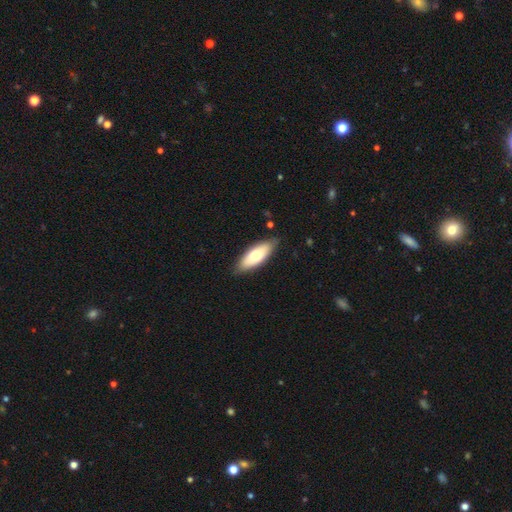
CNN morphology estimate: Overall: smooth (68%). How rounded: in between (74%). Merging: none (84%).